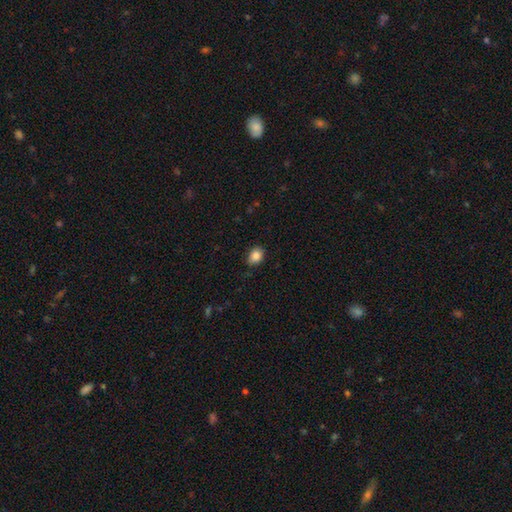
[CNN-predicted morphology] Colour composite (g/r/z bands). It shows a smooth galaxy with no disk features (87%) that is in between round and cigar-shaped (59%). Merging: none (80%).